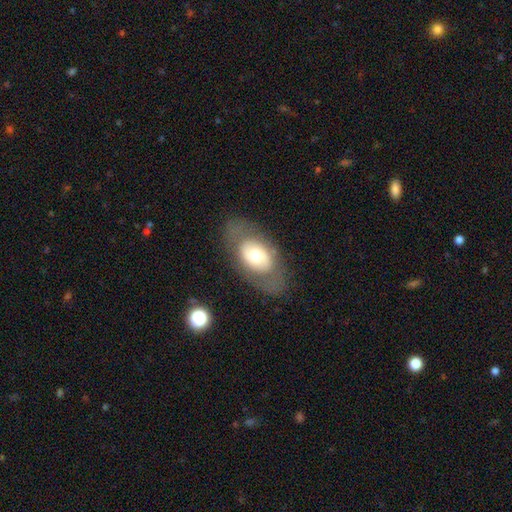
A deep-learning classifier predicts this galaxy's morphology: smooth_or_featured: smooth (p=0.52) [alt: featured or disk p=0.41]
how_rounded: in between (p=0.87) [alt: round p=0.12]
merging: none (p=0.73) [alt: minor disturbance p=0.15]